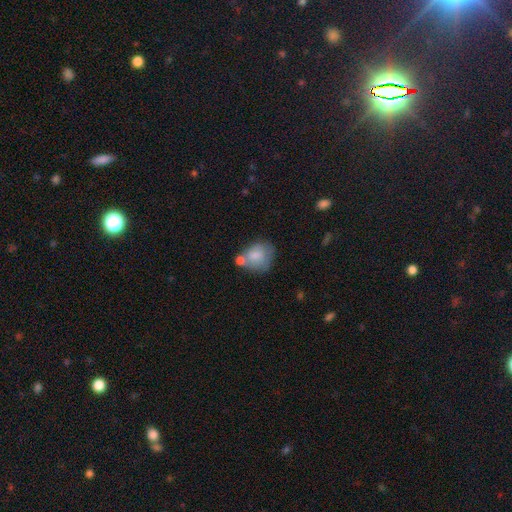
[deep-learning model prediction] smooth 74%, featured or disk 19%, star or artifact 7%. Down the decision tree: how rounded — round (51%); merging — none (36%).